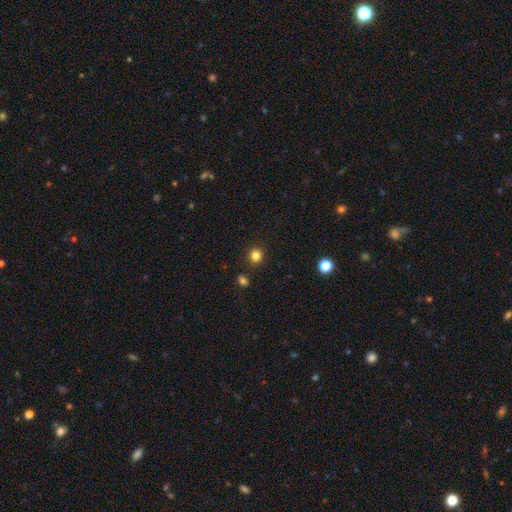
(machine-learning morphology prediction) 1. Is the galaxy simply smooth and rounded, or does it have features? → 83% smooth, 13% star or artifact, 4% featured or disk.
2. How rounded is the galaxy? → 90% round, 9% in between, 1% cigar-shaped.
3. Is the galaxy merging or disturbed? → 90% none, 6% minor disturbance, 3% merger, 2% major disturbance.